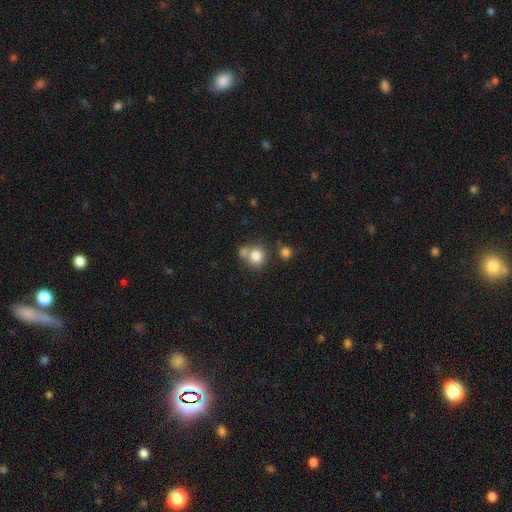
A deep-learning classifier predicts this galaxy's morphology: smooth_or_featured: smooth (p=0.80) [alt: star or artifact p=0.11]
how_rounded: round (p=0.84) [alt: in between p=0.15]
merging: none (p=0.54) [alt: merger p=0.31]